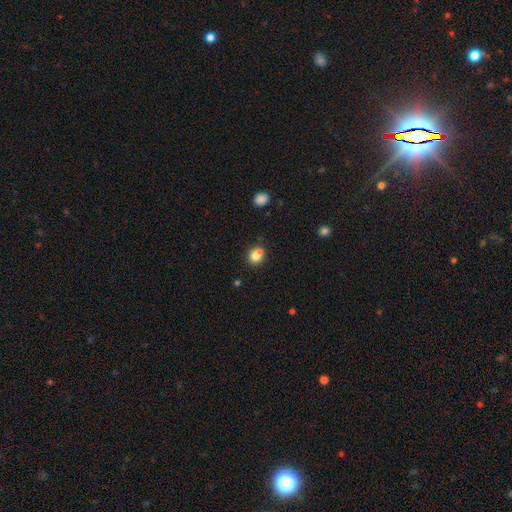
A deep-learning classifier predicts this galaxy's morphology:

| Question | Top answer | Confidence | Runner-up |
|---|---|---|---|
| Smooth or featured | smooth | 78% | featured or disk (11%) |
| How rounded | round | 68% | in between (31%) |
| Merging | none | 51% | merger (32%) |